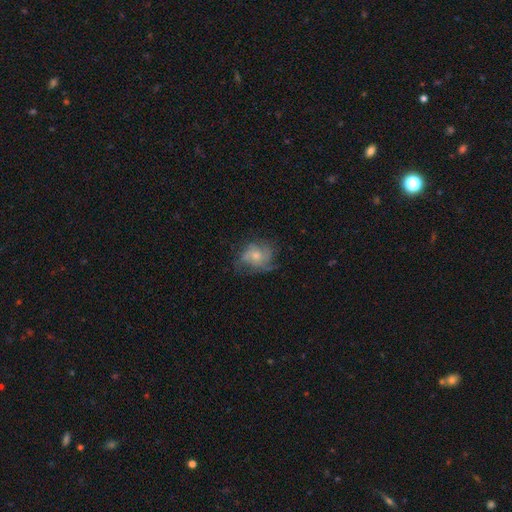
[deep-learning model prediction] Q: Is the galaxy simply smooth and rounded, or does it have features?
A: featured or disk — 56%.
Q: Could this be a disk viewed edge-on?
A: no — 97%.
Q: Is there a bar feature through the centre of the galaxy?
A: no — 79%.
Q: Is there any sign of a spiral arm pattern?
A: yes — 78%.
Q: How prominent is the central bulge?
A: small — 47%.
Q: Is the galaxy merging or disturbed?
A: none — 55%.